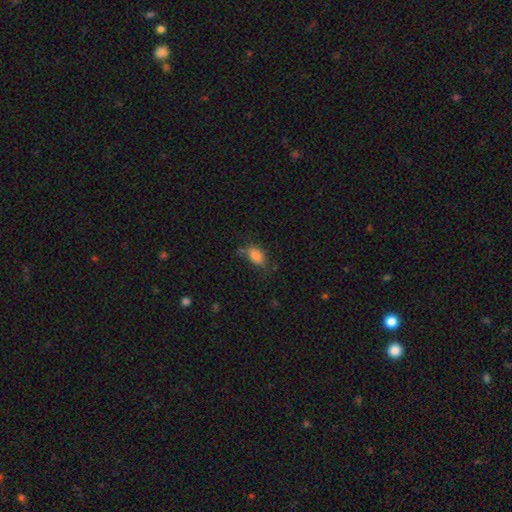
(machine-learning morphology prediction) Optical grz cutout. It shows a smooth galaxy with no disk features (82%) that is in between round and cigar-shaped (87%). Merging: none (57%).